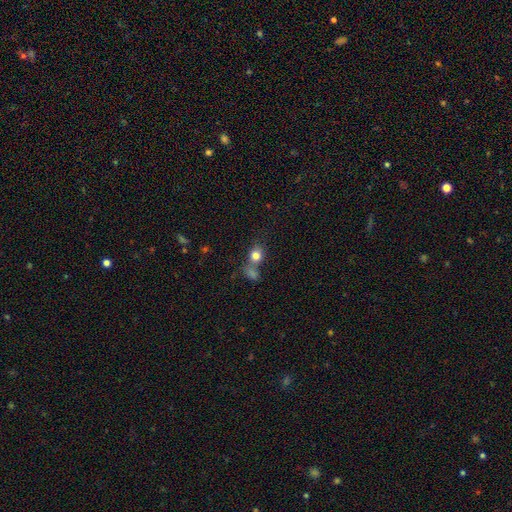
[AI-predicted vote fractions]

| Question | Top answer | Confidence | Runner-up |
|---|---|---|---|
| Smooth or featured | smooth | 79% | star or artifact (12%) |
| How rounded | round | 61% | in between (37%) |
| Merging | none | 44% | merger (38%) |